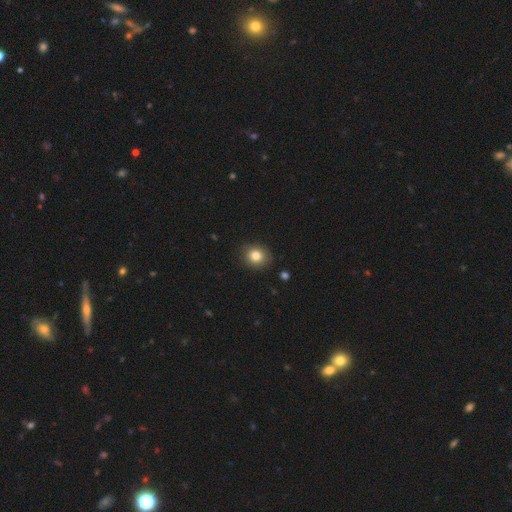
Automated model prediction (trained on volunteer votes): Smooth or featured? Predicted: smooth (p=0.83). How rounded? Predicted: round (p=0.75). Merging? Predicted: none (p=0.89).